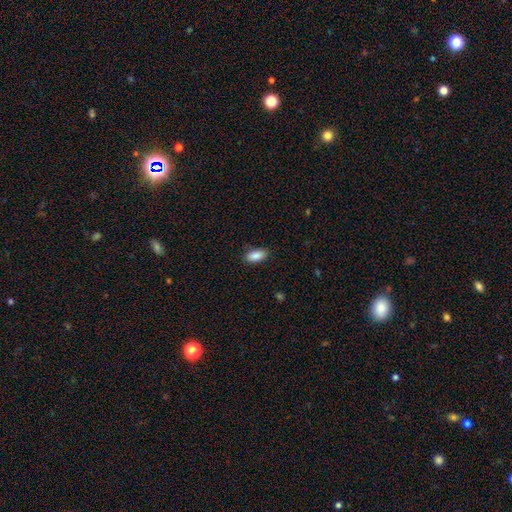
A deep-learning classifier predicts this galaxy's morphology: Q: Smooth or featured?
A: smooth (88%); runner-up: star or artifact (7%)
Q: How rounded?
A: in between (91%); runner-up: cigar-shaped (7%)
Q: Merging?
A: none (83%); runner-up: minor disturbance (13%)